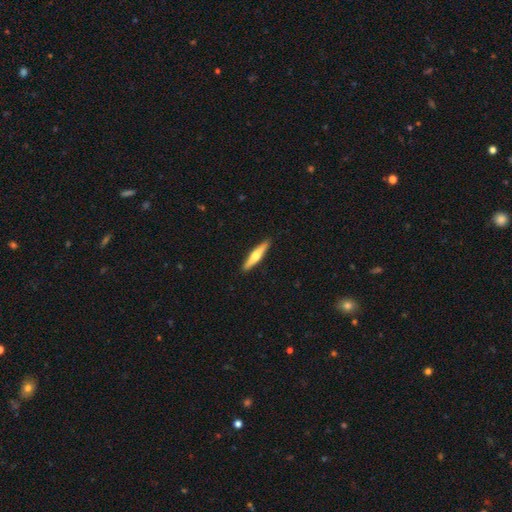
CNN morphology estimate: A featured or disk galaxy (49%).

Vote fractions:
- Smooth or featured? featured or disk: 49% / smooth: 46% / star or artifact: 5%
- Merging? none: 91% / minor disturbance: 6% / major disturbance: 1% / merger: 1%